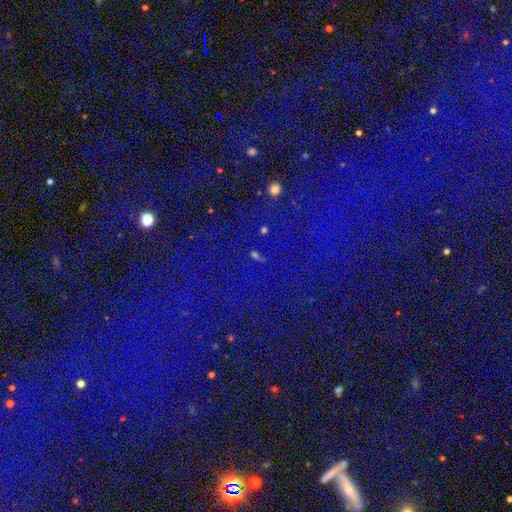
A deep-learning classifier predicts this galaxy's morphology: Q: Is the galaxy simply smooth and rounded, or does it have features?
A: star or artifact — 73%.